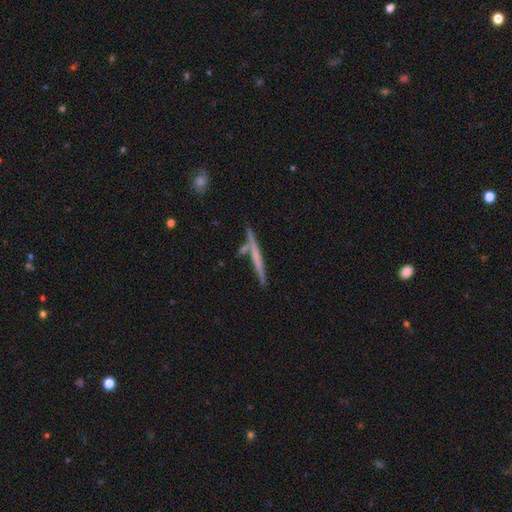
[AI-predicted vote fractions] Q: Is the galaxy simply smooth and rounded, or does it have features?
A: featured or disk — 54%.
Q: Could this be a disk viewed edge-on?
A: yes — 96%.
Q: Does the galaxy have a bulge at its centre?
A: none — 79%.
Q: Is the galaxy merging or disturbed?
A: none — 77%.